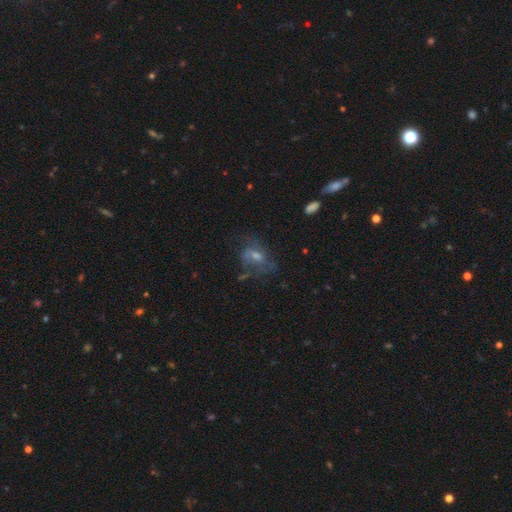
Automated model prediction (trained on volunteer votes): A featured or disk galaxy (59%) with no bar (53%), spiral arms (62%) and a moderate central bulge (53%). Merging: none (47%).